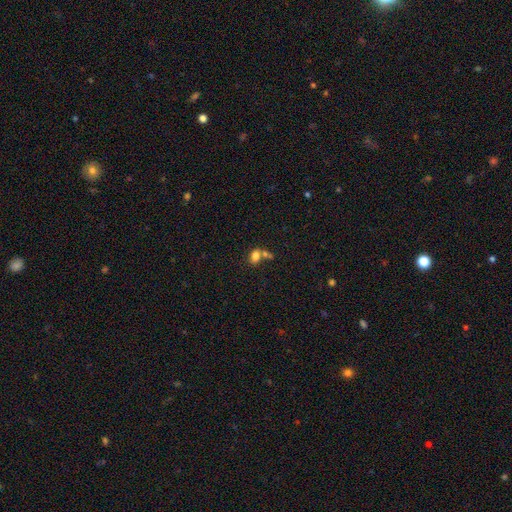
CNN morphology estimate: Q: Smooth or featured?
A: smooth (78%); runner-up: star or artifact (12%)
Q: How rounded?
A: in between (73%); runner-up: round (26%)
Q: Merging?
A: merger (46%); runner-up: none (39%)